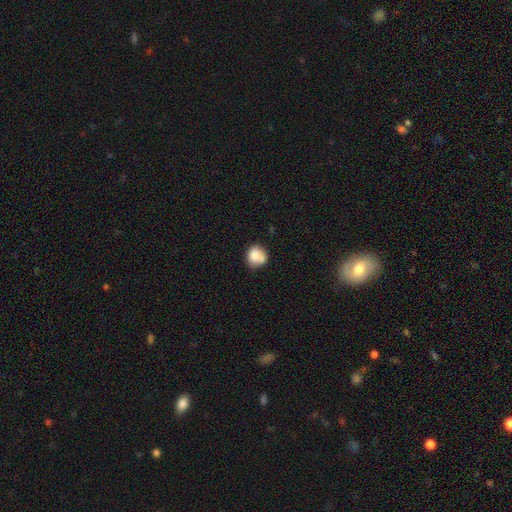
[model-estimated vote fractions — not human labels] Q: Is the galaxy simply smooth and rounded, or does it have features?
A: smooth — 84%.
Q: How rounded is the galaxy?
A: round — 81%.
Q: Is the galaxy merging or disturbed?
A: none — 59%.